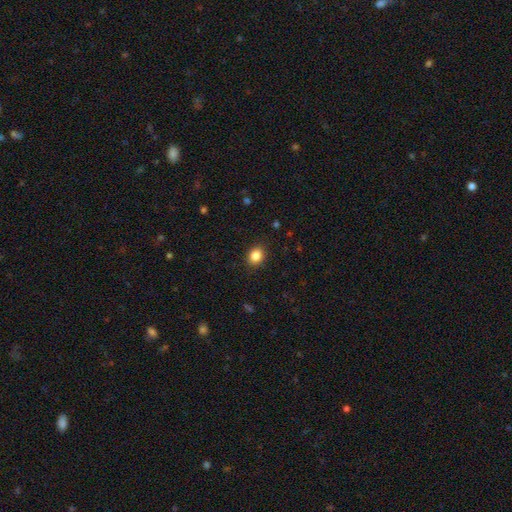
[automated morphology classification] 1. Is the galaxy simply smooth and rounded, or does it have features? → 86% smooth, 10% star or artifact, 4% featured or disk.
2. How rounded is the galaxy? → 50% in between, 49% round, 1% cigar-shaped.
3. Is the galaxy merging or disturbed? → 89% none, 8% minor disturbance, 2% major disturbance, 1% merger.